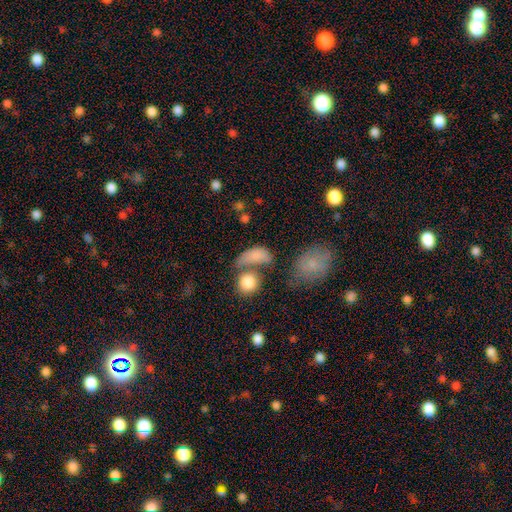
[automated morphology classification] Smooth or featured? Predicted: smooth (p=0.76). How rounded? Predicted: in between (p=0.75). Merging? Predicted: merger (p=0.38).